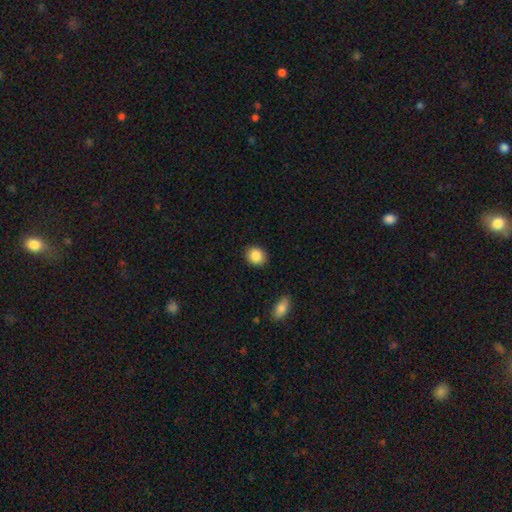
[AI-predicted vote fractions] A smooth galaxy with no disk features (88%) that is round (68%).

Vote fractions:
- Smooth or featured? smooth: 88% / star or artifact: 8% / featured or disk: 5%
- How rounded? round: 68% / in between: 31% / cigar-shaped: 1%
- Merging? none: 89% / minor disturbance: 7% / major disturbance: 2% / merger: 1%